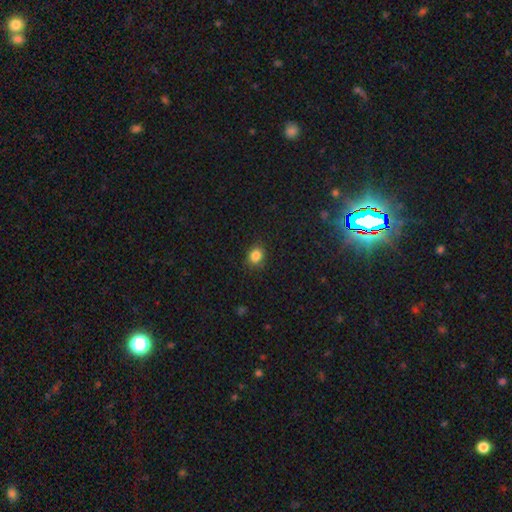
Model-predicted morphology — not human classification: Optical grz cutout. It shows a smooth galaxy with no disk features (84%) that is round (66%). Merging: none (85%).